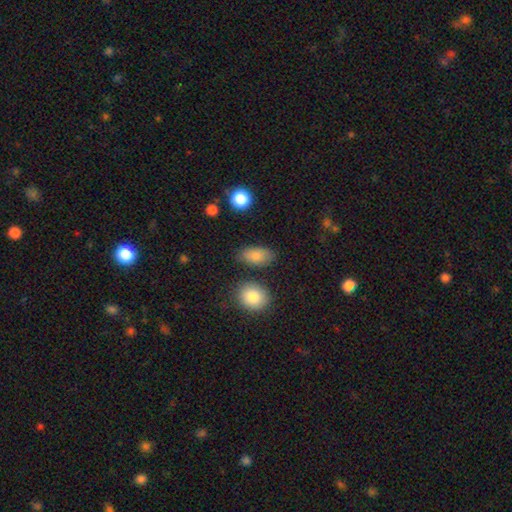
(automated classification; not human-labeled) smooth-or-featured: smooth: 85% | star or artifact: 8% | featured or disk: 7%
  how-rounded: in between: 89% | round: 7% | cigar-shaped: 4%
  merging: none: 81% | minor disturbance: 12% | merger: 4% | major disturbance: 3%